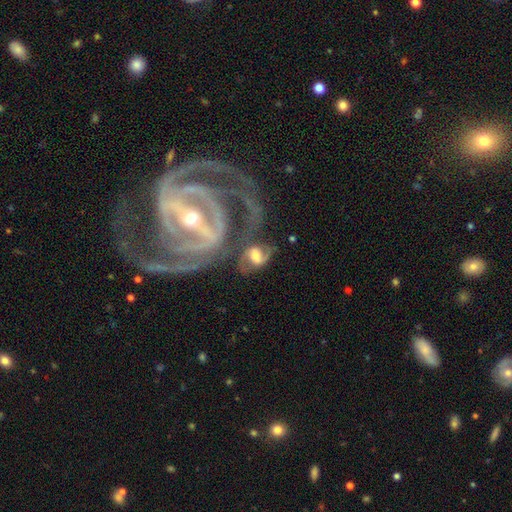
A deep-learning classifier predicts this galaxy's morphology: A featured or disk galaxy (66%) with a weak bar (41%), 2 (71%) medium (42%) spiral arms (81%) and a moderate central bulge (43%). Merging: merger (39%).